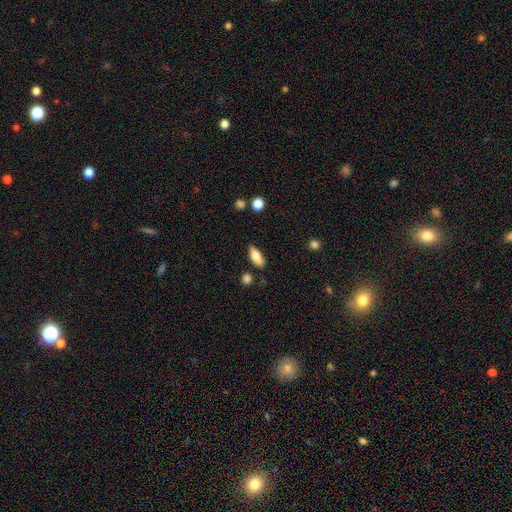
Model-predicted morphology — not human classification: smooth_or_featured: smooth (p=0.77) [alt: featured or disk p=0.16]
how_rounded: in between (p=0.77) [alt: cigar-shaped p=0.20]
merging: none (p=0.75) [alt: minor disturbance p=0.19]